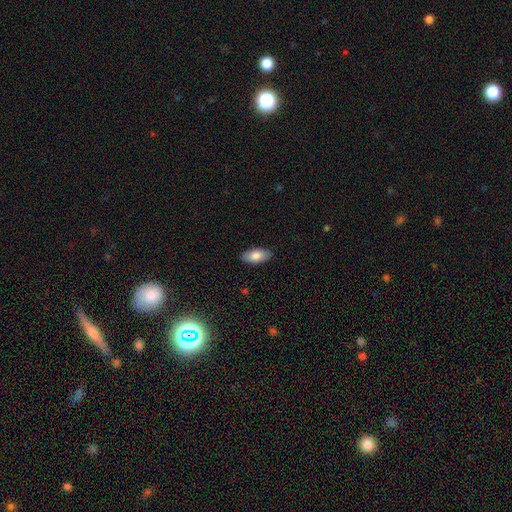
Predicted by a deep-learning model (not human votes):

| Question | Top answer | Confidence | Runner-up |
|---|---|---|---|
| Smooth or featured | smooth | 81% | featured or disk (13%) |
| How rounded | in between | 91% | cigar-shaped (7%) |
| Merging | none | 88% | minor disturbance (9%) |